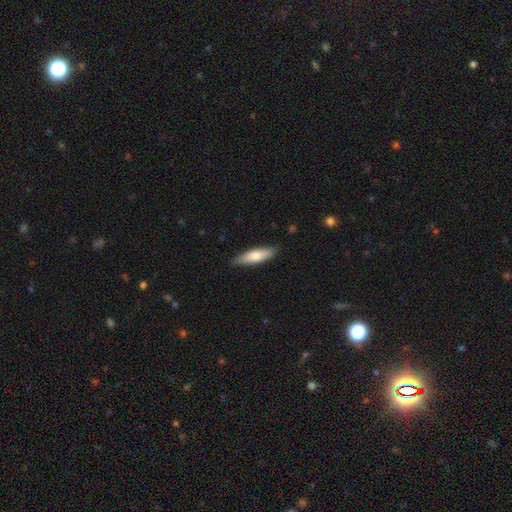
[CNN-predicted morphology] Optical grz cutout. It shows a smooth galaxy with no disk features (71%) that is cigar-shaped (57%). Merging: none (86%).